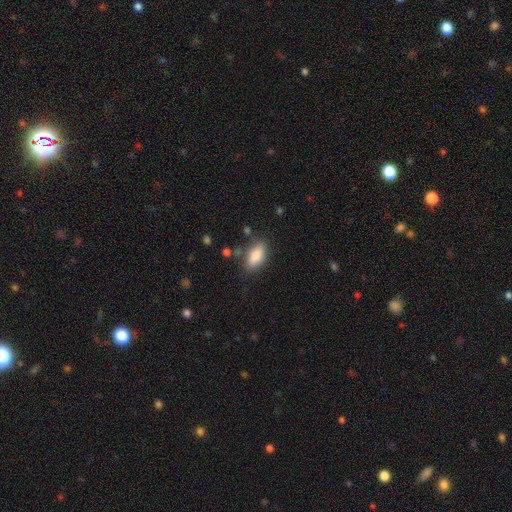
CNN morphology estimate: Overall: smooth (86%). How rounded: in between (88%). Merging: none (77%).